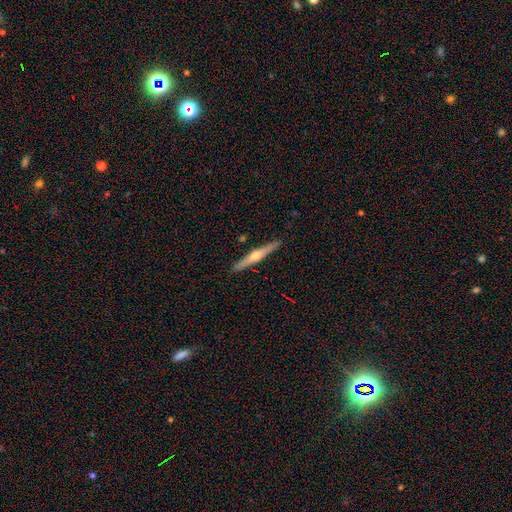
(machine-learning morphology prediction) smooth_or_featured: featured or disk (p=0.68) [alt: smooth p=0.27]
disk_edge_on: yes (p=0.97) [alt: no p=0.03]
edge_on_bulge: rounded (p=0.90) [alt: none p=0.07]
merging: none (p=0.91) [alt: minor disturbance p=0.06]